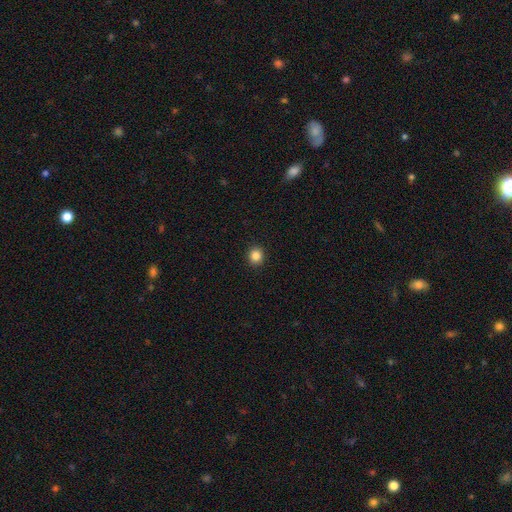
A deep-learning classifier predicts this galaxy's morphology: Smooth or featured? smooth (85%)
How rounded? round (85%)
Merging? none (92%)